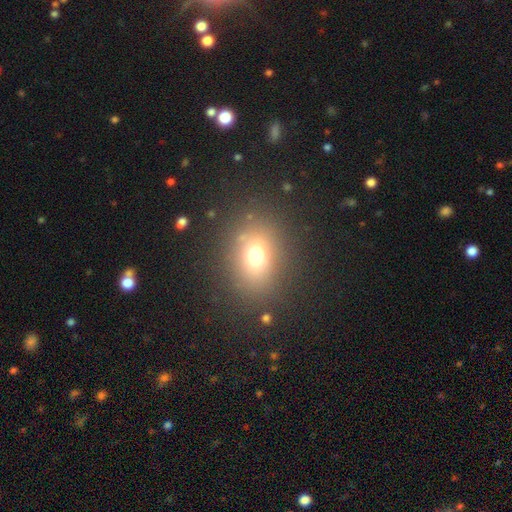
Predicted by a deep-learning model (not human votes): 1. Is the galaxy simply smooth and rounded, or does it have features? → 69% smooth, 19% star or artifact, 12% featured or disk.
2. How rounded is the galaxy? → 53% round, 46% in between, 1% cigar-shaped.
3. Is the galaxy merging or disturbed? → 81% none, 10% minor disturbance, 6% major disturbance, 3% merger.